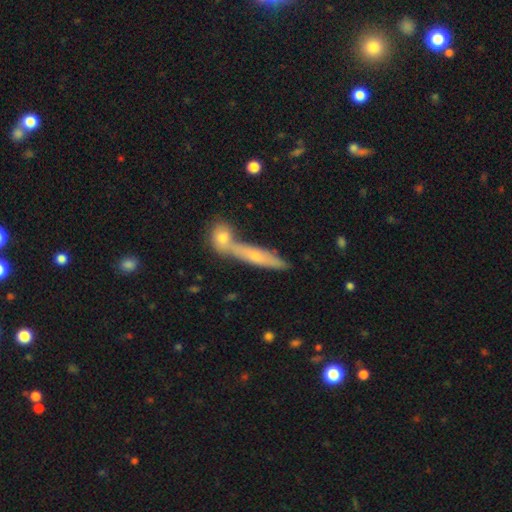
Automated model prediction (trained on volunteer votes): smooth 56%, featured or disk 38%, star or artifact 6%. Down the decision tree: how rounded — cigar-shaped (81%); merging — none (52%).